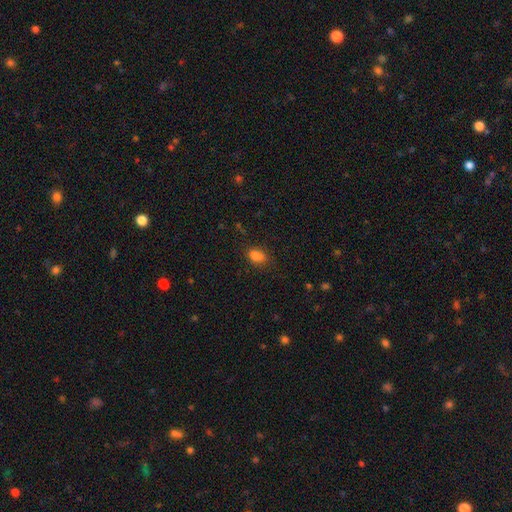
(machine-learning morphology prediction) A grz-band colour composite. It shows a smooth galaxy with no disk features (81%) that is in between round and cigar-shaped (81%). Merging: none (68%).